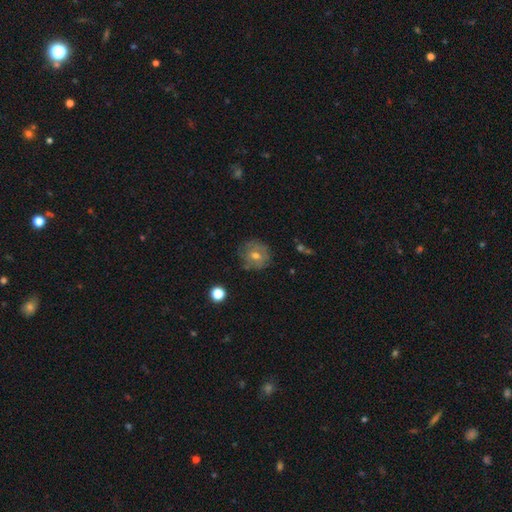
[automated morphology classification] This is possibly a smooth galaxy (48%). Merging: likely none (76%).